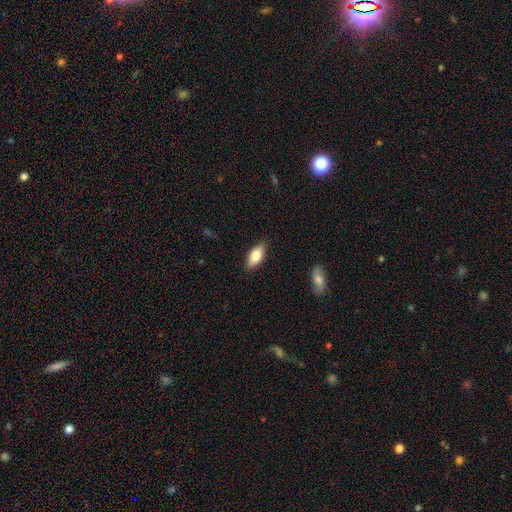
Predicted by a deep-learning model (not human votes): Smooth or featured? Predicted: smooth (p=0.82). How rounded? Predicted: in between (p=0.88). Merging? Predicted: none (p=0.87).